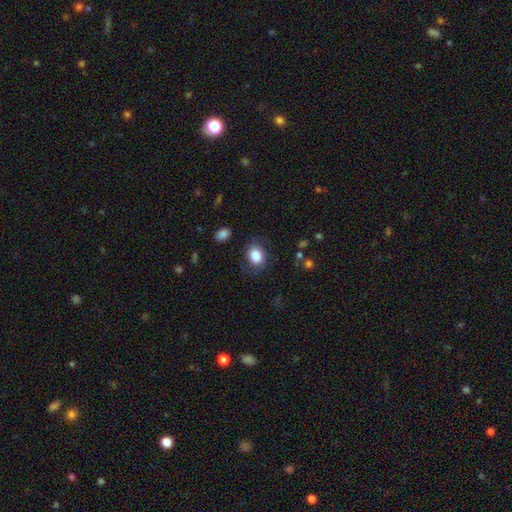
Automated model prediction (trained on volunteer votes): The model was most divided on "how rounded": in between: 59%, round: 40%, cigar-shaped: 1%. More confident: smooth or featured — smooth (84%); merging — none (75%).